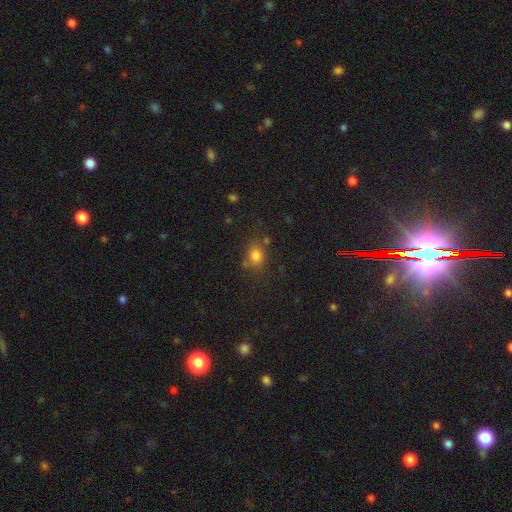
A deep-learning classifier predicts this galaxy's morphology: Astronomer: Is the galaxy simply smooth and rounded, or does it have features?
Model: smooth — 78%.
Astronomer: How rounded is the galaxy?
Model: round — 50% (runner-up: in between, 49%).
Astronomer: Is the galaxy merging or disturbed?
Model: none — 72%.